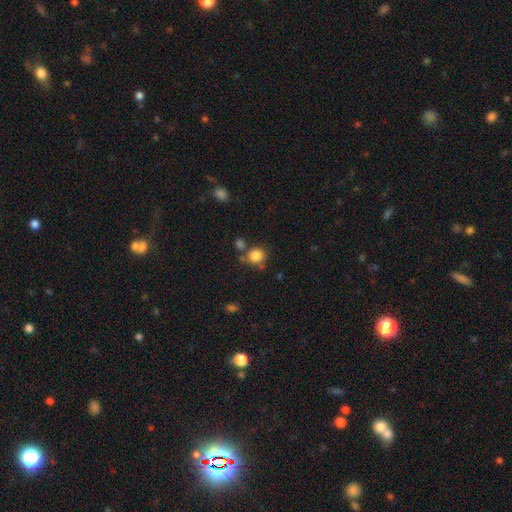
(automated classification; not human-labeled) This appears to be a smooth galaxy with no disk features (84%) that is round (84%). Merging: none (68%).